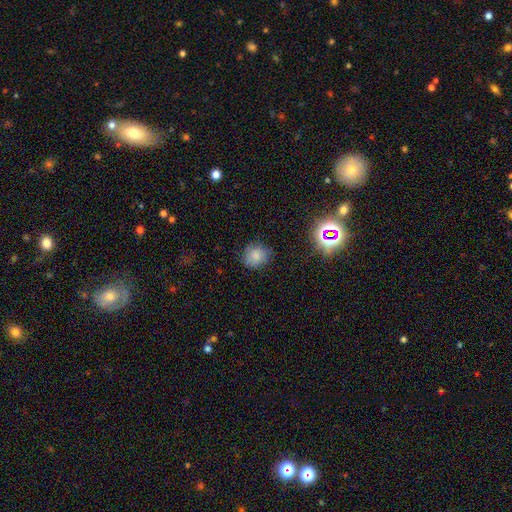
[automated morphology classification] smooth_or_featured: smooth (p=0.78) [alt: star or artifact p=0.14]
how_rounded: round (p=0.81) [alt: in between p=0.18]
merging: none (p=0.79) [alt: minor disturbance p=0.15]